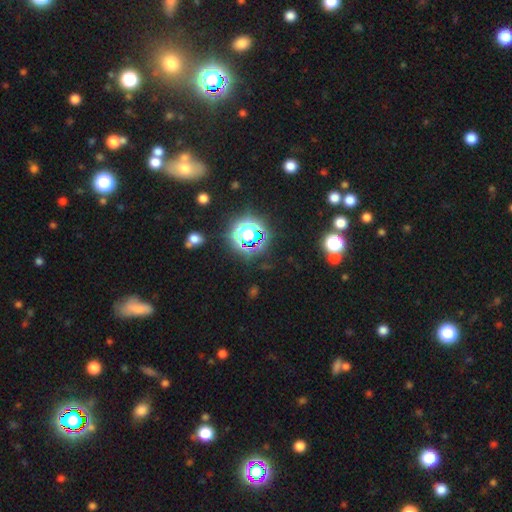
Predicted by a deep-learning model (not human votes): Overall: star or artifact (74%).